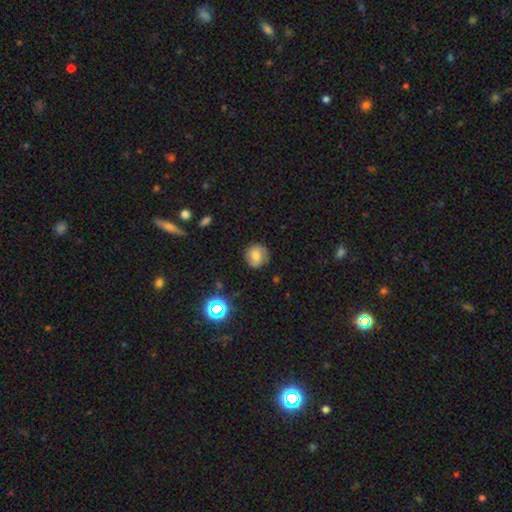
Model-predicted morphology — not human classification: A smooth galaxy with no disk features (66%) that is round (87%). Merging: none (78%).